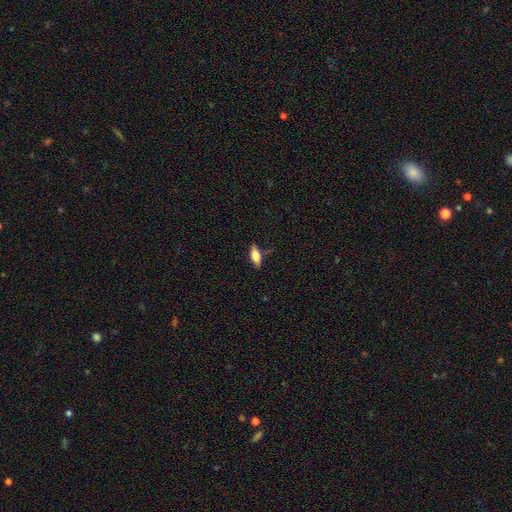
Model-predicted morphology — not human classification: type=smooth (64%); roundness=in between (74%); merging=none (78%).